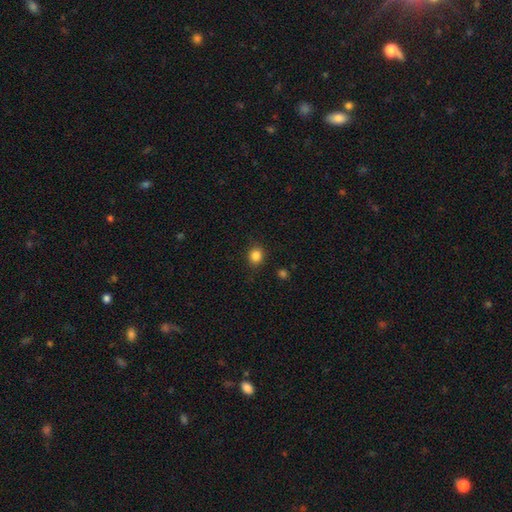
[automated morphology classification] This appears to be a smooth galaxy with no disk features (85%) that is round (77%). Merging: none (87%).